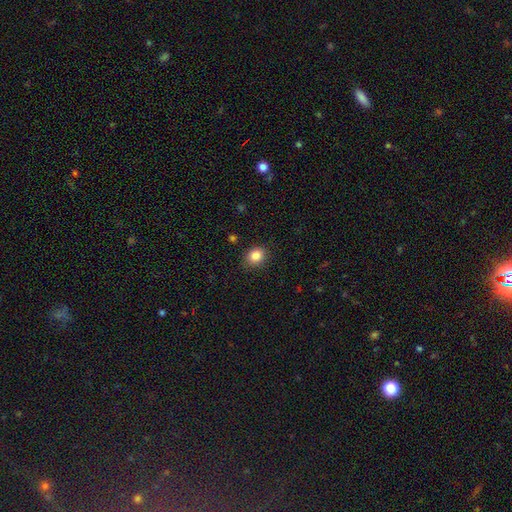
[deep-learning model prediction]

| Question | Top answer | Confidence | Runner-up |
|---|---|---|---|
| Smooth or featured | smooth | 86% | star or artifact (10%) |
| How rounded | round | 62% | in between (37%) |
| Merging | none | 86% | minor disturbance (10%) |